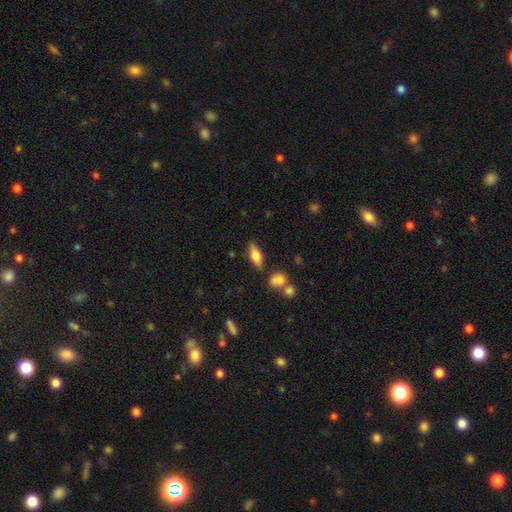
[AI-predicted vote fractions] Smooth or featured? smooth (57%)
How rounded? in between (71%)
Merging? none (78%)